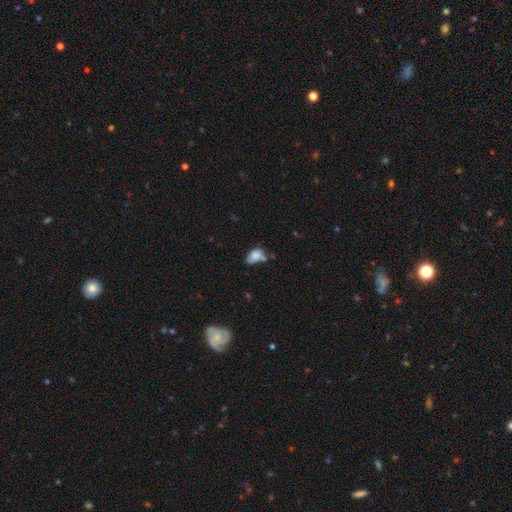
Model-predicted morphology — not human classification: Smooth or featured?
  - smooth: 80% *
  - featured or disk: 10%
  - star or artifact: 9%
How rounded?
  - in between: 85% *
  - round: 13%
  - cigar-shaped: 2%
Merging?
  - none: 37% *
  - minor disturbance: 33%
  - merger: 18%
  - major disturbance: 12%